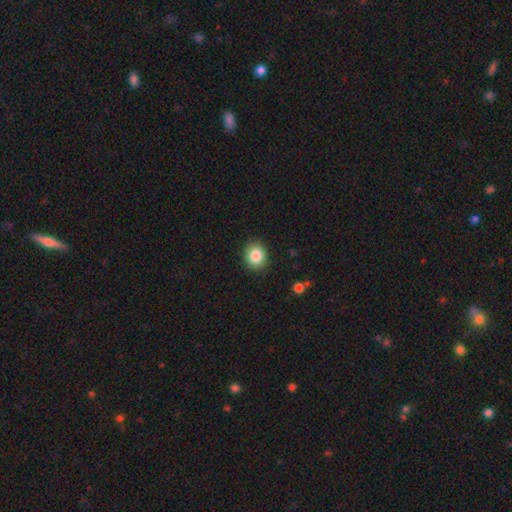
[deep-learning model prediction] Smooth or featured? smooth (85%)
How rounded? round (69%)
Merging? none (89%)